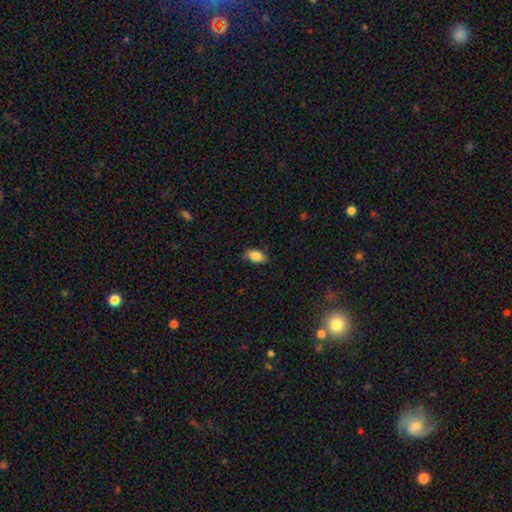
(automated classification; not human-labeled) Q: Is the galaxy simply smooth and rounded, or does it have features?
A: smooth — 84%.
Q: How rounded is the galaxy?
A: in between — 90%.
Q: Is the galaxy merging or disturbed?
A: none — 79%.